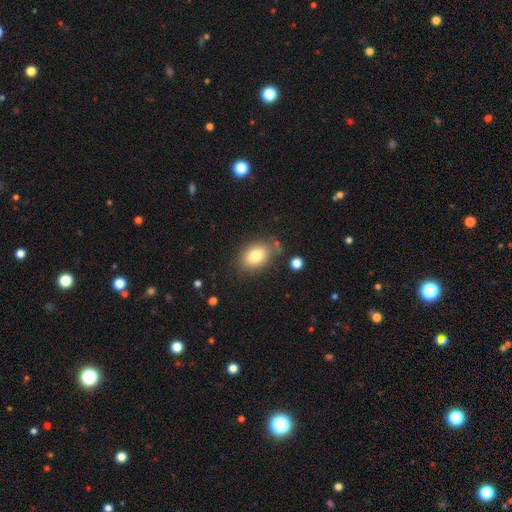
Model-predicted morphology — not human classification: Smooth or featured: smooth — 80% (featured or disk — 11%)
How rounded: in between — 78% (round — 21%)
Merging: none — 73% (minor disturbance — 17%)